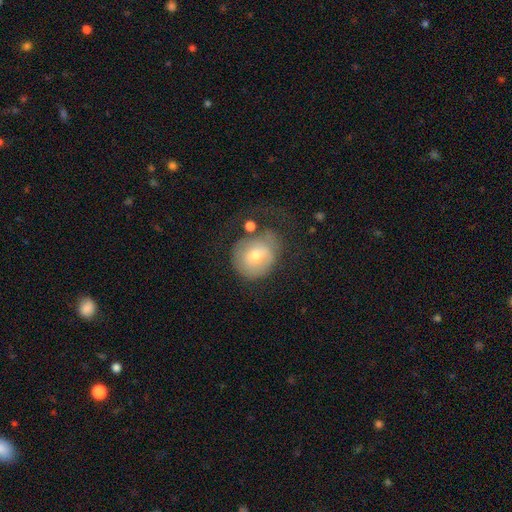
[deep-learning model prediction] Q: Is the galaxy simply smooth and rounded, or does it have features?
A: smooth — 56%.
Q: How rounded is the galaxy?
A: round — 74%.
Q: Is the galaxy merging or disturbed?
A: none — 39%.